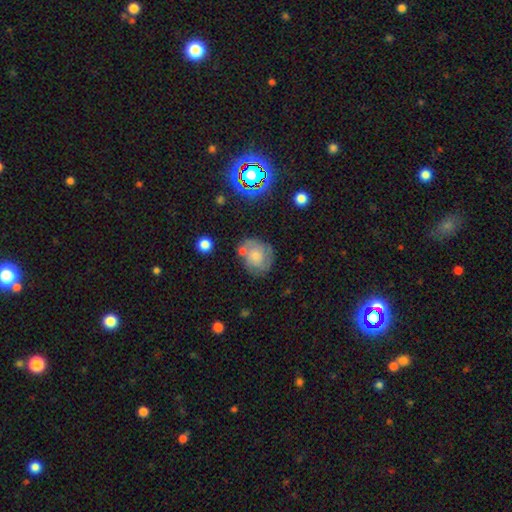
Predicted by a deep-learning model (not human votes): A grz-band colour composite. It shows a smooth galaxy with no disk features (53%) that is round (71%). Merging: none (56%).